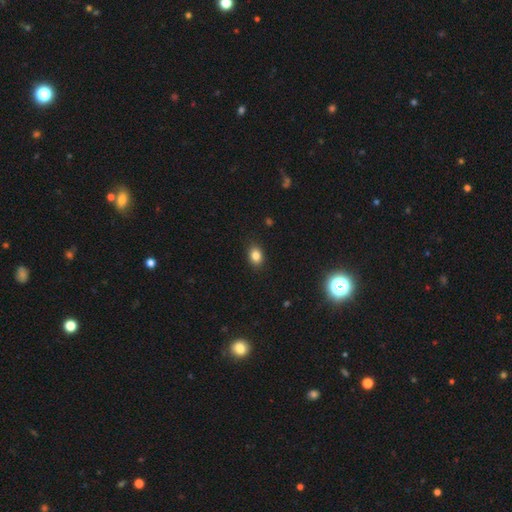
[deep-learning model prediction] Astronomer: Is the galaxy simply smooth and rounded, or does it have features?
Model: smooth — 83%.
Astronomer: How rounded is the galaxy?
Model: in between — 69%.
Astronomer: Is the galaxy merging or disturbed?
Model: none — 88%.